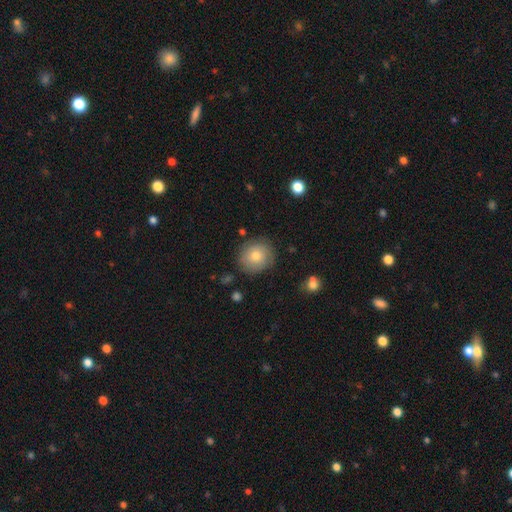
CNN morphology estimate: type=smooth (74%); roundness=round (86%); merging=none (83%).